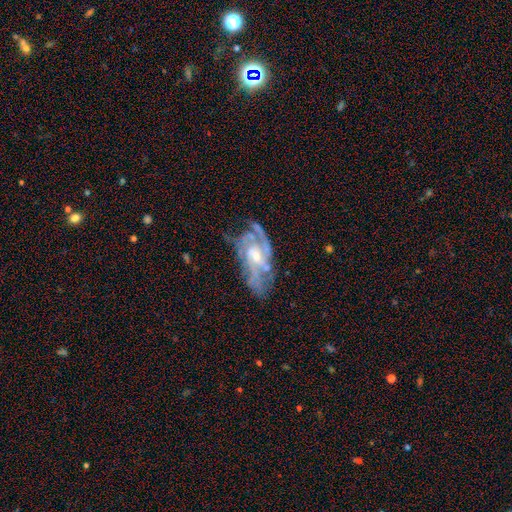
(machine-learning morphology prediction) smooth-or-featured: featured or disk: 84% | smooth: 9% | star or artifact: 6%
  disk-edge-on: no: 94% | yes: 6%
    bar: no: 51% | weak: 40% | strong: 10%
    has-spiral-arms: yes: 90% | no: 10%
      spiral-winding: medium: 43% | tight: 42% | loose: 16%
      spiral-arm-count: 2: 38% | can't tell: 30% | 3: 17% | 4: 6% | 1: 6% | more than 4: 4%
    bulge-size: moderate: 47% | small: 46% | none: 3% | large: 3% | dominant: 1%
  merging: none: 54% | minor disturbance: 25% | major disturbance: 18% | merger: 4%